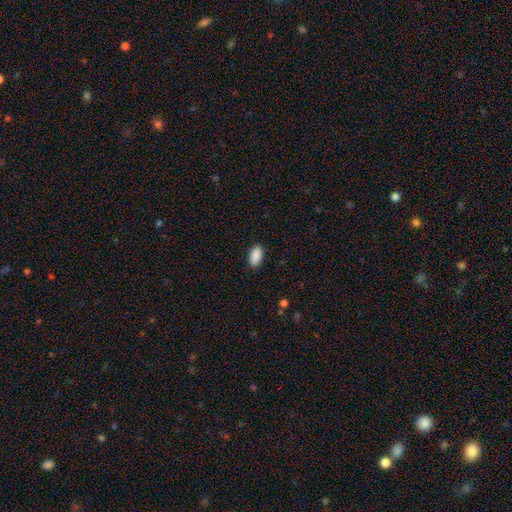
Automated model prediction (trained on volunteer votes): This is clearly a smooth galaxy (91%). How rounded: clearly in between (94%). Merging: clearly none (89%).